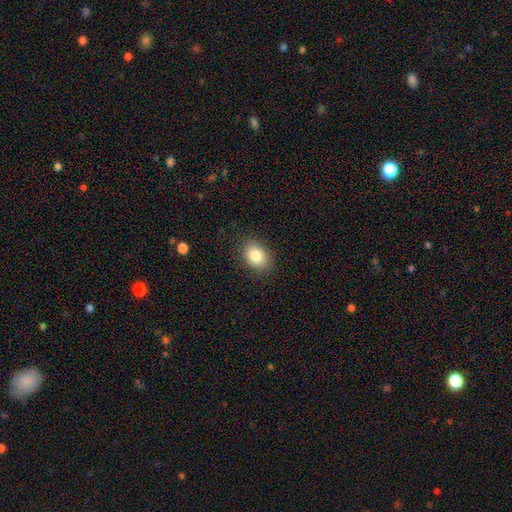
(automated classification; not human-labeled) This appears to be a smooth galaxy with no disk features (83%) that is in between round and cigar-shaped (71%). Merging: none (85%).